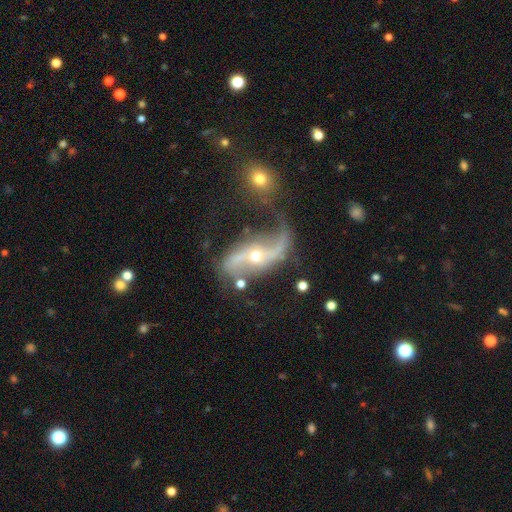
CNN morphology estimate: This is clearly a featured or disk galaxy (88%). It is clearly not viewed edge-on (93%). Bar: possibly no (49%). Spiral arm pattern: clearly yes (95%). Spiral arm count: clearly 2 (91%). Spiral winding: clearly loose (85%). Central bulge: possibly moderate (48%, tied with small). Merging: possibly none (56%).